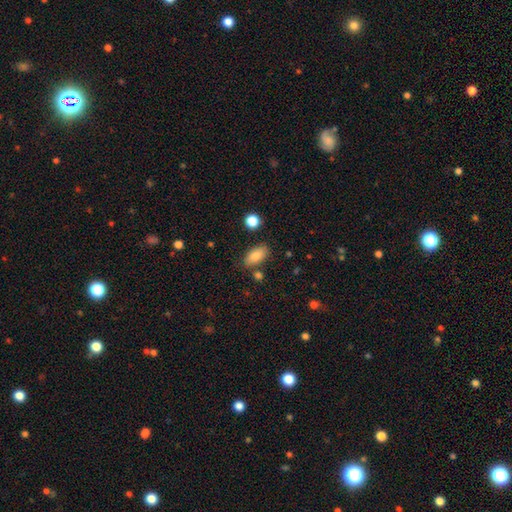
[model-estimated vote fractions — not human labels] This appears to be a smooth galaxy with no disk features (83%) that is in between round and cigar-shaped (89%). Merging: none (78%).